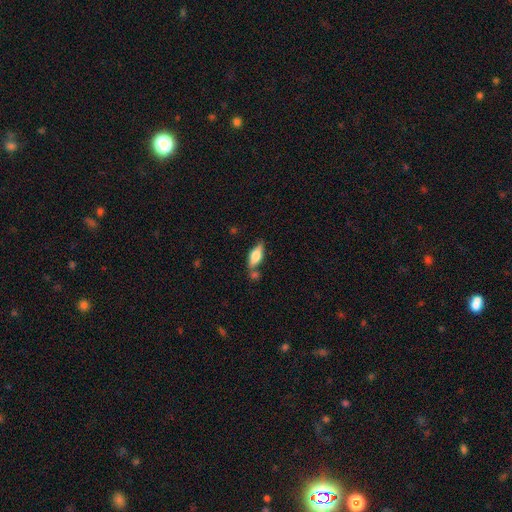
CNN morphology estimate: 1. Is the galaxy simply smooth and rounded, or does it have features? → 62% smooth, 32% featured or disk, 7% star or artifact.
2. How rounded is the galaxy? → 71% in between, 26% cigar-shaped, 3% round.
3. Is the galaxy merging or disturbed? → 65% none, 17% minor disturbance, 14% merger, 4% major disturbance.